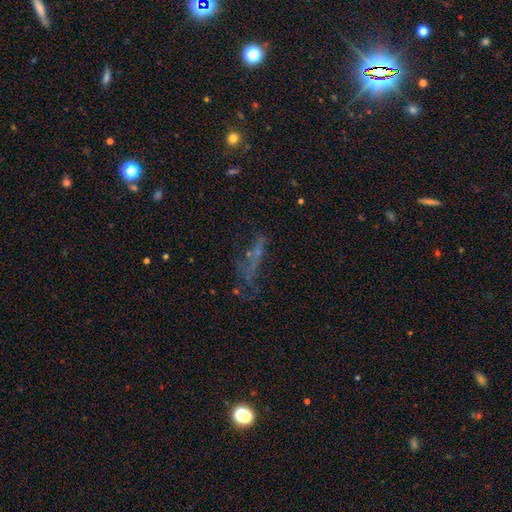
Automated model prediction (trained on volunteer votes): Smooth or featured: featured or disk — 35% (smooth — 34%)
Merging: none — 44% (major disturbance — 29%)